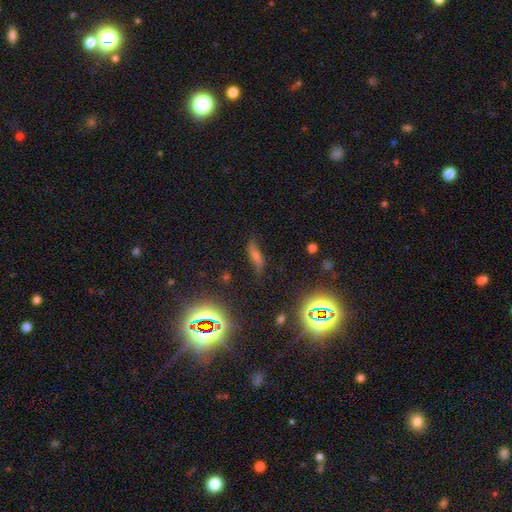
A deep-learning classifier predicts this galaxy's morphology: smooth_or_featured: featured or disk (p=0.36) [alt: smooth p=0.35]
merging: none (p=0.67) [alt: minor disturbance p=0.21]